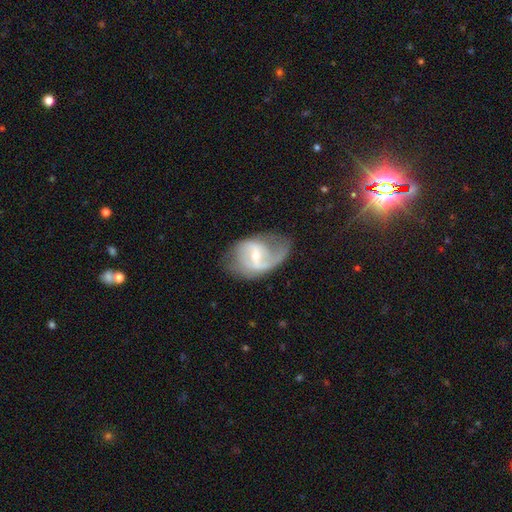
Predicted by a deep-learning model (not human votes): This appears to be a featured or disk galaxy (83%) with a weak bar (49%), 2 (71%) loose (48%) spiral arms (91%) and a small central bulge (59%). Merging: none (56%).